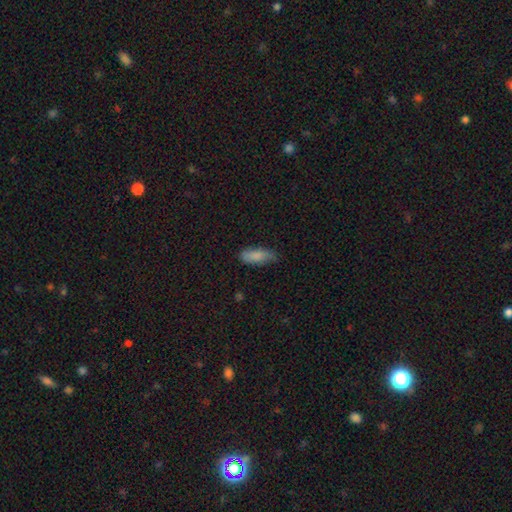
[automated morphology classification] Smooth or featured: smooth — 84% (featured or disk — 9%)
How rounded: in between — 68% (cigar-shaped — 30%)
Merging: none — 69% (minor disturbance — 26%)